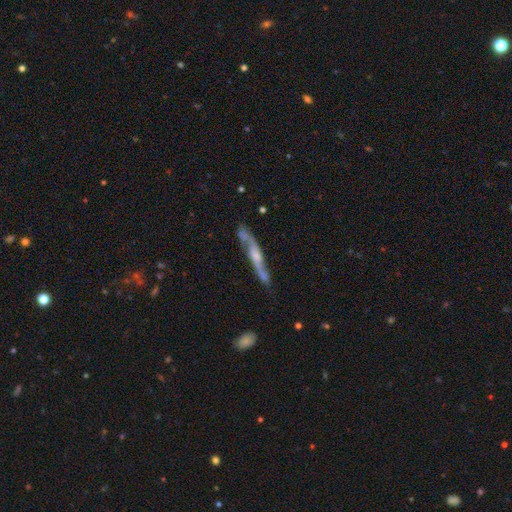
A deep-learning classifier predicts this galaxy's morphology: smooth-or-featured: featured or disk: 75% | smooth: 20% | star or artifact: 5%
  disk-edge-on: yes: 57% | no: 43%
  merging: none: 63% | minor disturbance: 22% | major disturbance: 8% | merger: 7%